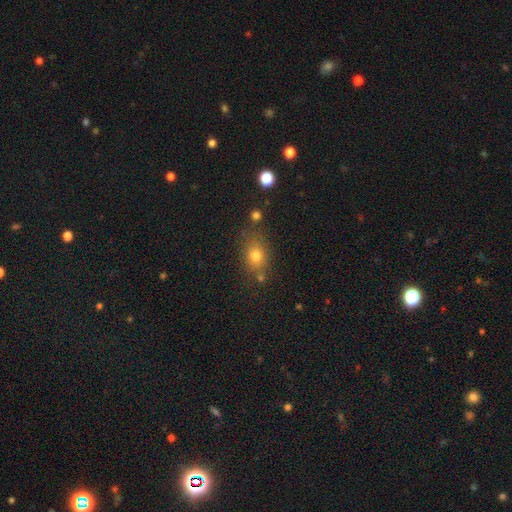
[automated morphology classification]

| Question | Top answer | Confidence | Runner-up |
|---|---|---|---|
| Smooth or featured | smooth | 74% | star or artifact (15%) |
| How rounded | in between | 61% | round (36%) |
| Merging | none | 72% | minor disturbance (15%) |